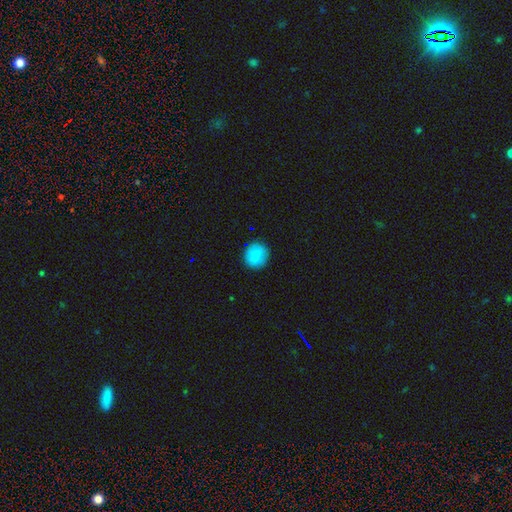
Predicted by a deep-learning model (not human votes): Smooth or featured? smooth (85%)
How rounded? round (80%)
Merging? none (86%)